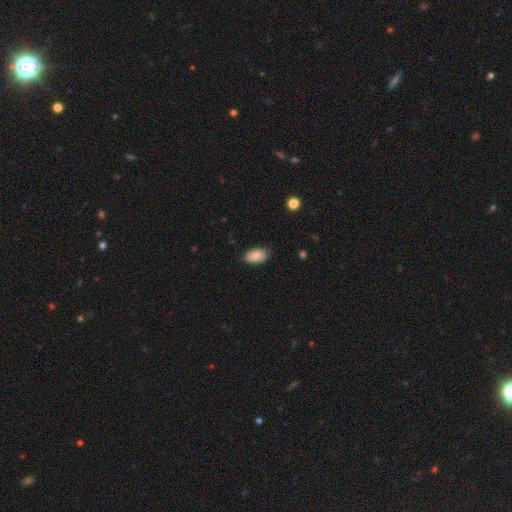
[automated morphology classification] Smooth or featured? smooth (85%)
How rounded? in between (93%)
Merging? none (81%)